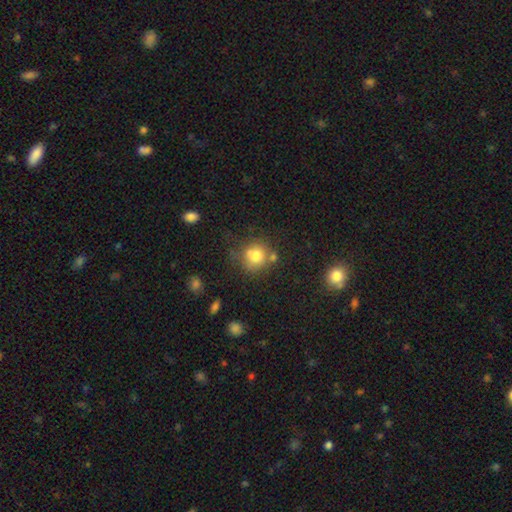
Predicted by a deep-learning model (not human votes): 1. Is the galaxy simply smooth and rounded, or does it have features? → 75% smooth, 13% featured or disk, 12% star or artifact.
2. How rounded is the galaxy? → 84% round, 15% in between, 1% cigar-shaped.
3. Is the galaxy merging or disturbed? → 58% none, 18% minor disturbance, 17% merger, 7% major disturbance.